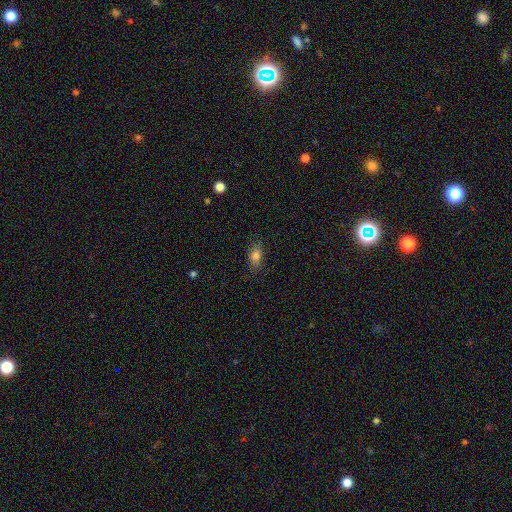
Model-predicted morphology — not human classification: Smooth or featured: smooth — 78% (featured or disk — 11%)
How rounded: in between — 80% (round — 12%)
Merging: none — 79% (minor disturbance — 16%)